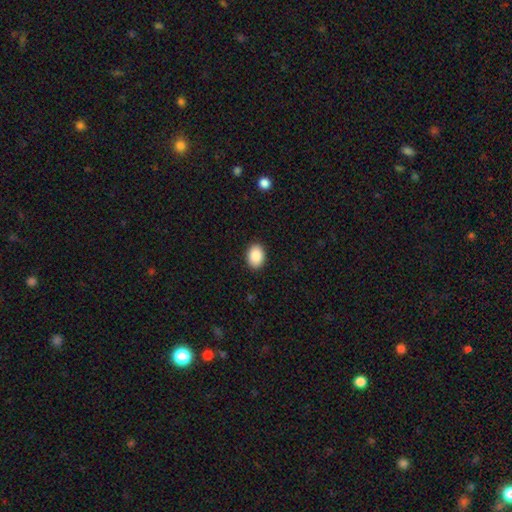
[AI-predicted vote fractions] This appears to be a smooth galaxy with no disk features (89%) that is in between round and cigar-shaped (74%). Merging: none (90%).